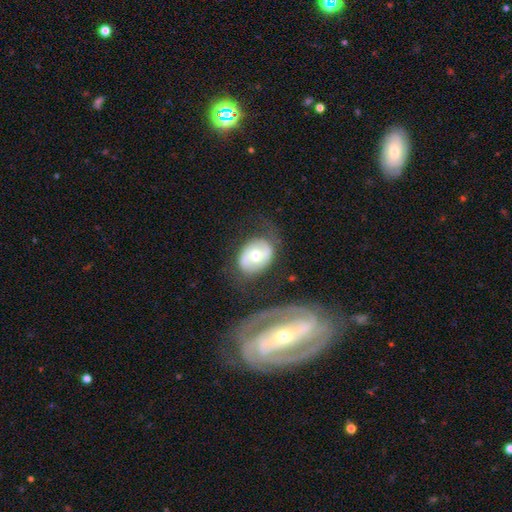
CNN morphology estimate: type=featured or disk (52%); edge-on=no (94%); merging=none (63%).